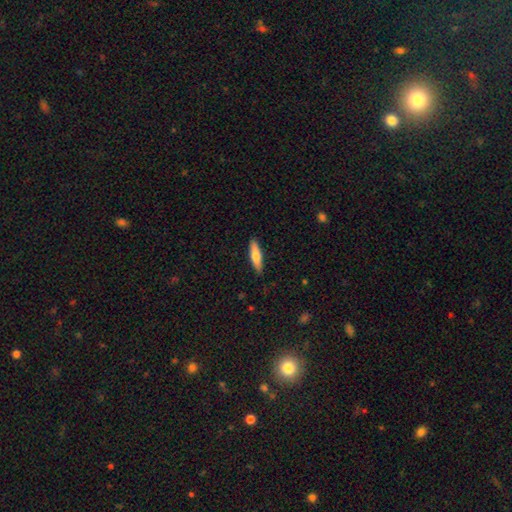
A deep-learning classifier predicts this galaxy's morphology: smooth_or_featured: smooth (p=0.70) [alt: featured or disk p=0.24]
how_rounded: cigar-shaped (p=0.70) [alt: in between p=0.28]
merging: none (p=0.89) [alt: minor disturbance p=0.08]